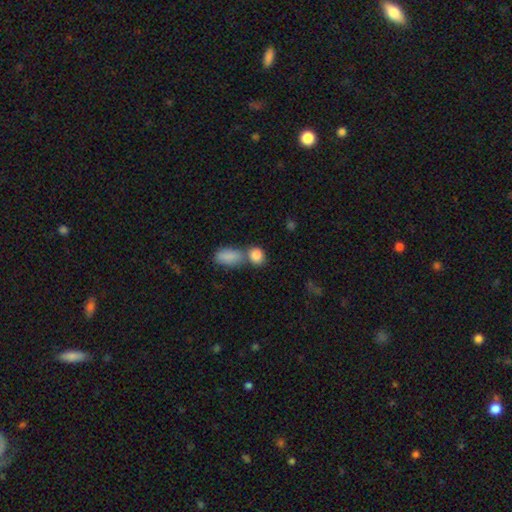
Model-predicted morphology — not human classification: This is clearly a smooth galaxy (86%). How rounded: possibly in between (59%). Merging: possibly merger (46%).